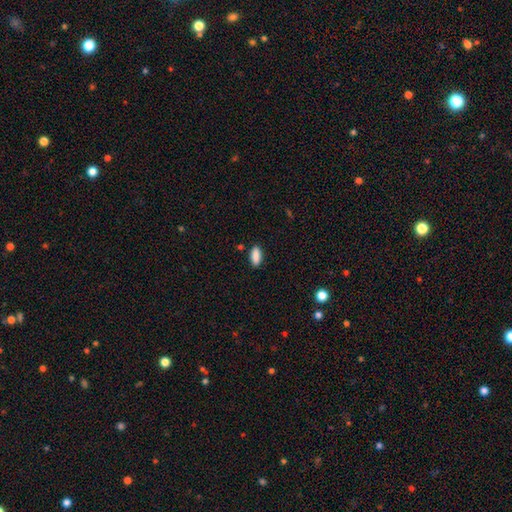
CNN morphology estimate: smooth-or-featured: smooth: 89% | star or artifact: 7% | featured or disk: 4%
  how-rounded: in between: 81% | cigar-shaped: 17% | round: 2%
  merging: none: 86% | minor disturbance: 10% | major disturbance: 2% | merger: 2%